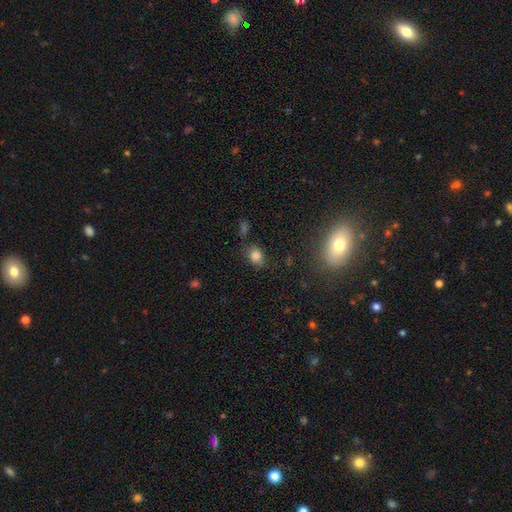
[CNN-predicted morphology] Overall: smooth (78%). How rounded: in between (62%; round 37%). Merging: none (66%).